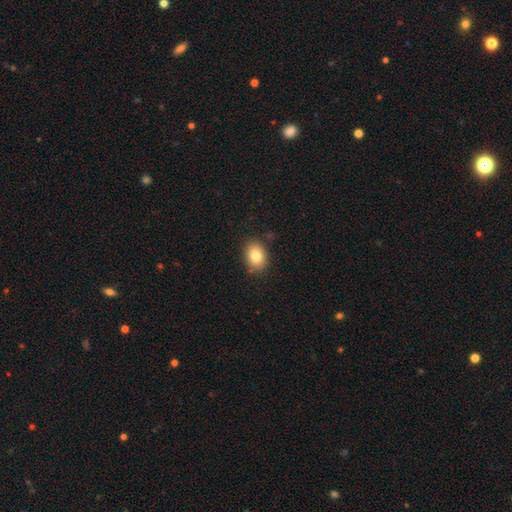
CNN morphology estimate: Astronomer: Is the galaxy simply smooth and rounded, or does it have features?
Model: smooth — 82%.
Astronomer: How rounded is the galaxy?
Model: in between — 65%.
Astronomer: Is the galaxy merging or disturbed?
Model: none — 85%.